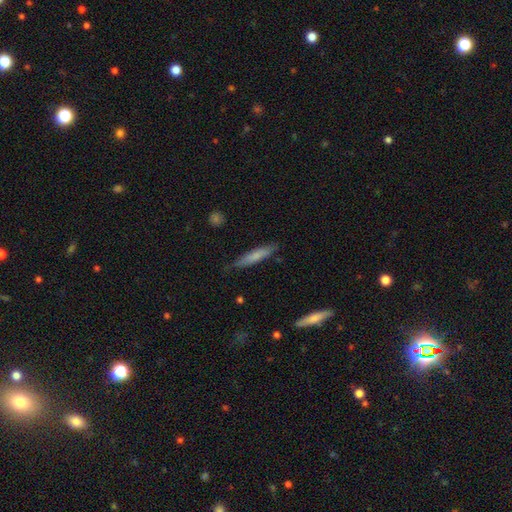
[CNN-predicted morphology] This is likely a smooth galaxy (70%). How rounded: clearly cigar-shaped (90%). Merging: clearly none (83%).